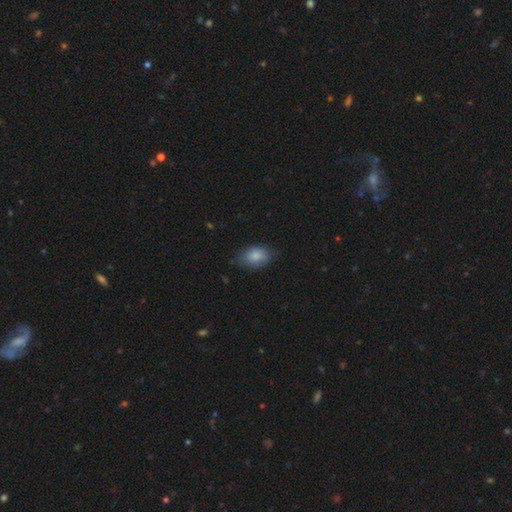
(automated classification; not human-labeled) Overall: smooth (86%). How rounded: in between (85%). Merging: none (72%).